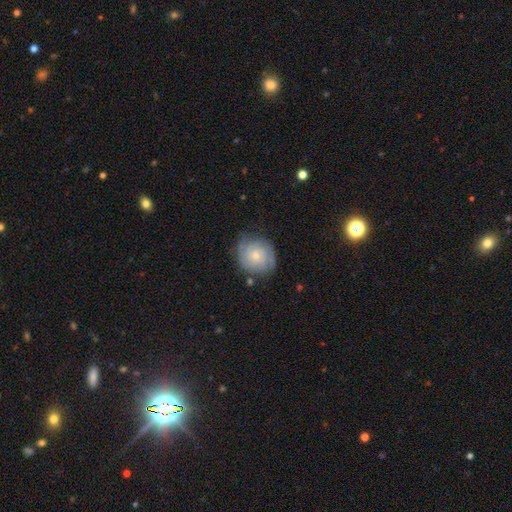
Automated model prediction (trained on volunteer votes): Morphology: type=featured or disk (60%); edge-on=no (98%); bar=no (79%); spiral arms=yes (87%); winding=tight (66%); arm count=can't tell (40%); bulge=small (65%); merging=none (69%).